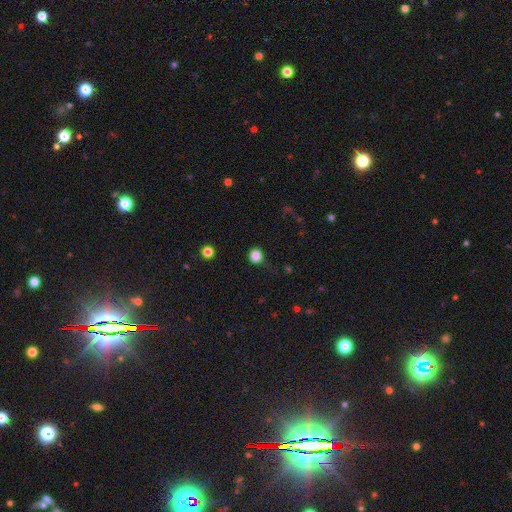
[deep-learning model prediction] Q: Smooth or featured?
A: smooth (84%); runner-up: star or artifact (12%)
Q: How rounded?
A: round (90%); runner-up: in between (9%)
Q: Merging?
A: none (77%); runner-up: minor disturbance (16%)